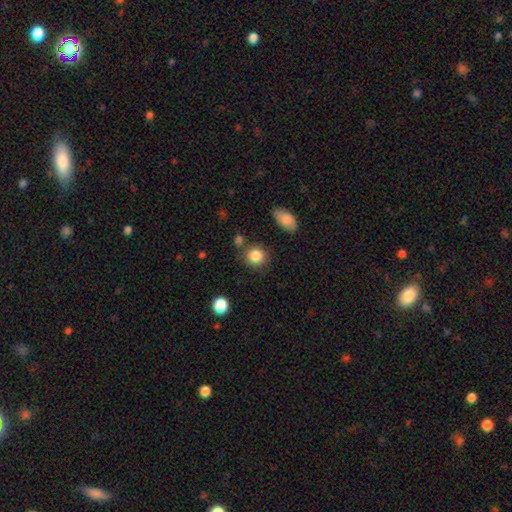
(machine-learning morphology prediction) Smooth or featured? smooth (86%)
How rounded? round (85%)
Merging? none (78%)